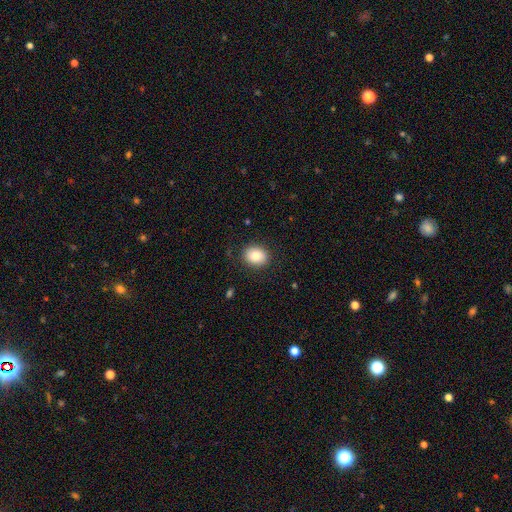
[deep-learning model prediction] Overall: smooth (85%). How rounded: round (56%; in between 43%). Merging: none (87%).